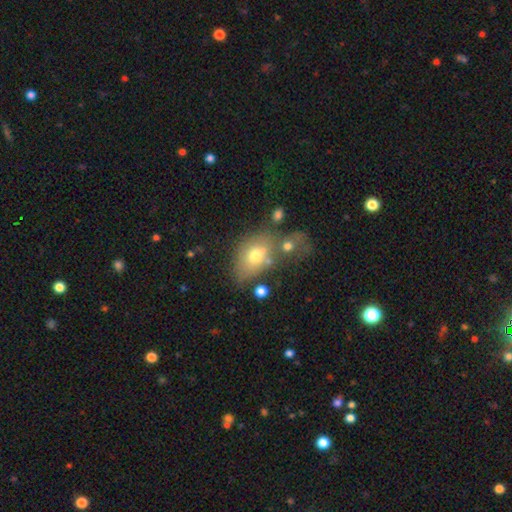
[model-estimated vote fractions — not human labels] This is likely a smooth galaxy (66%). How rounded: likely in between (77%). Merging: marginally none (40%).